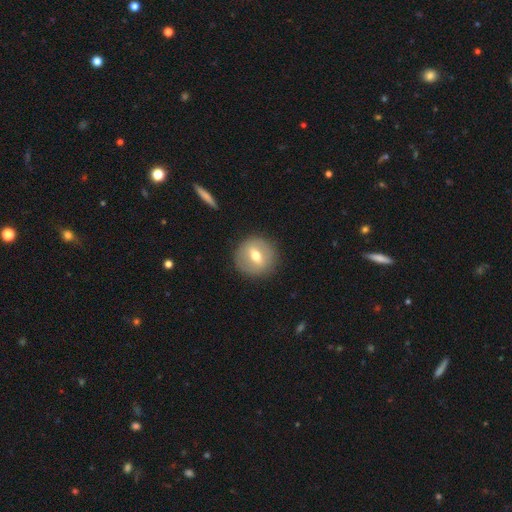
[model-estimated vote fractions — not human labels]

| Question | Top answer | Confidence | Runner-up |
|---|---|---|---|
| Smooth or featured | smooth | 50% | featured or disk (43%) |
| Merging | none | 88% | minor disturbance (8%) |